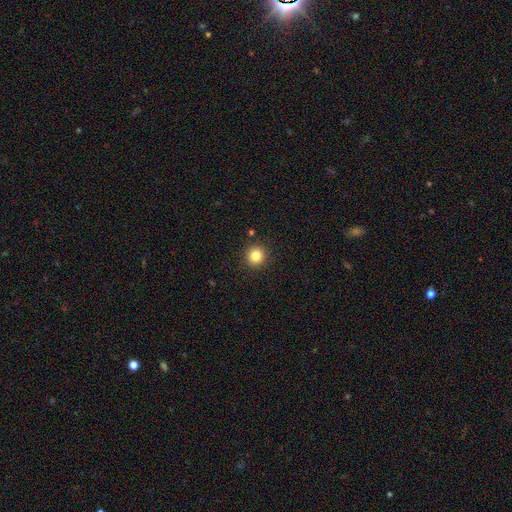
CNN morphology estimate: Smooth or featured? smooth (83%)
How rounded? round (94%)
Merging? none (91%)